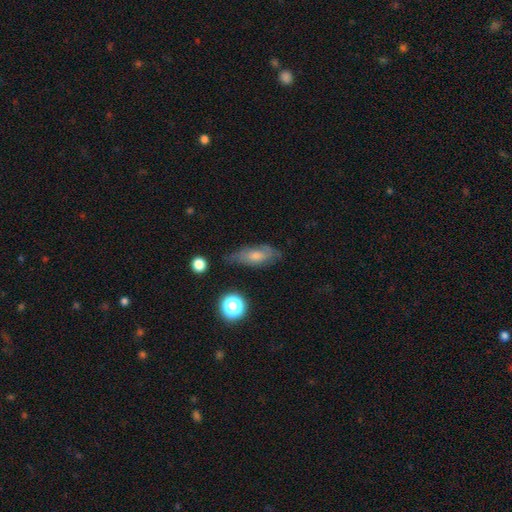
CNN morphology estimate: smooth-or-featured: smooth: 46% | featured or disk: 41% | star or artifact: 13%
  merging: none: 62% | minor disturbance: 27% | major disturbance: 9% | merger: 3%